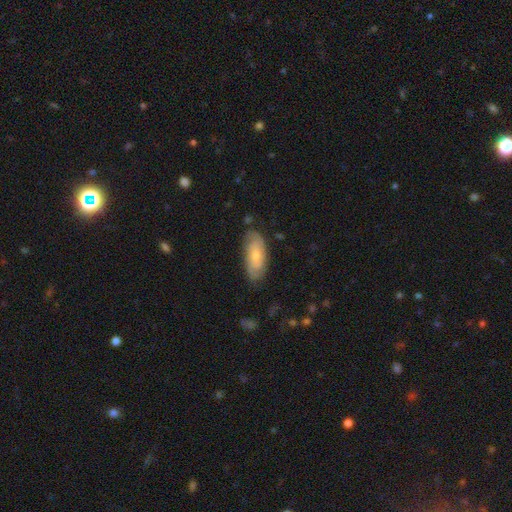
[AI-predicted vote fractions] This is possibly a smooth galaxy (51%). How rounded: clearly in between (81%). Merging: likely none (77%).